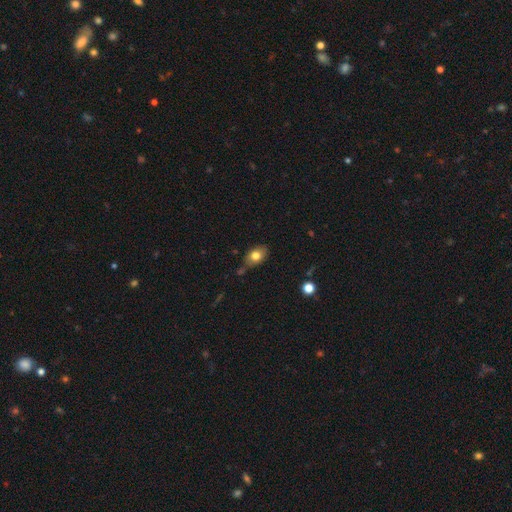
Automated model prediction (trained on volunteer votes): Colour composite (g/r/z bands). It shows a smooth galaxy with no disk features (78%) that is in between round and cigar-shaped (80%). Merging: none (70%).